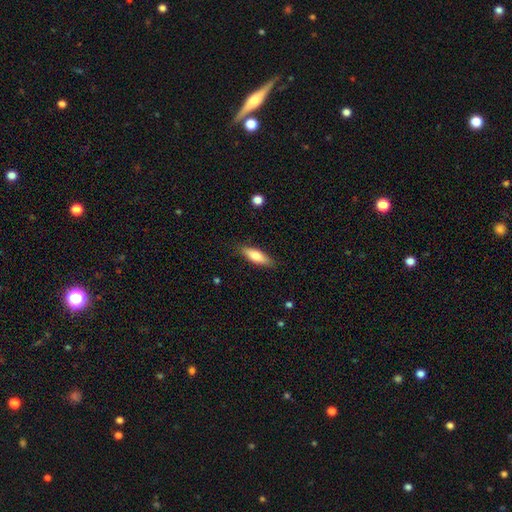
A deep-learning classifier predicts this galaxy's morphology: The model was most divided on "how rounded": in between: 55%, cigar-shaped: 43%, round: 2%. More confident: merging — none (85%); smooth or featured — smooth (73%).